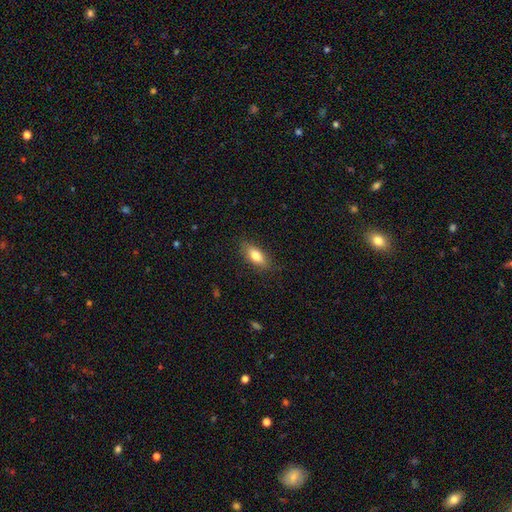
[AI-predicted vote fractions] Smooth or featured? smooth (79%)
How rounded? in between (79%)
Merging? none (83%)